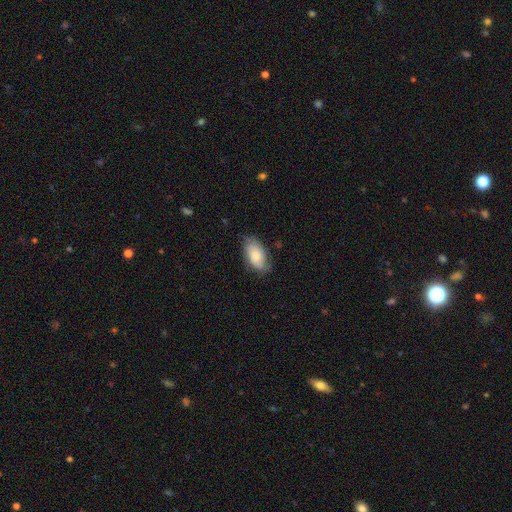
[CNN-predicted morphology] This is likely a smooth galaxy (70%). How rounded: clearly in between (94%). Merging: likely none (70%).